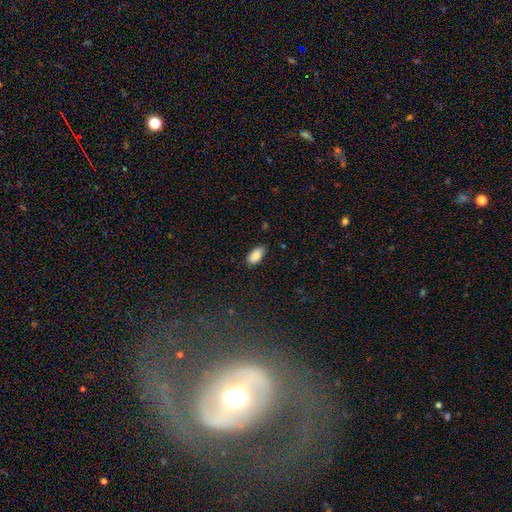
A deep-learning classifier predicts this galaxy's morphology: This appears to be a smooth galaxy with no disk features (87%) that is in between round and cigar-shaped (94%). Merging: none (80%).